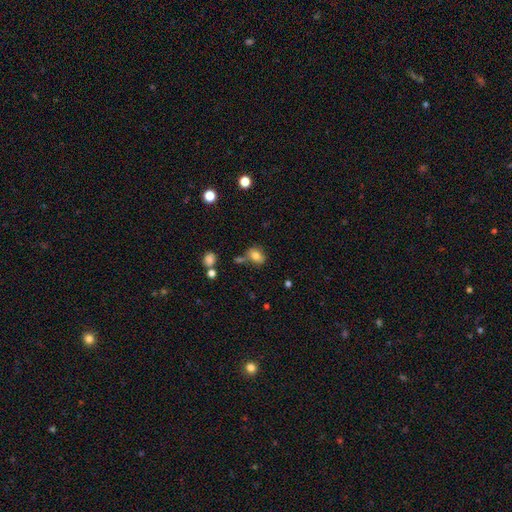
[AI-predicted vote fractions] Q: Smooth or featured?
A: smooth (78%); runner-up: star or artifact (11%)
Q: How rounded?
A: in between (63%); runner-up: round (36%)
Q: Merging?
A: none (61%); runner-up: minor disturbance (18%)